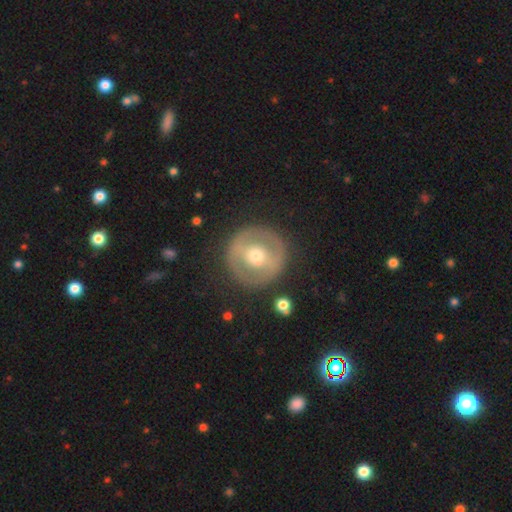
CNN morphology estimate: Smooth or featured?
  - featured or disk: 59% *
  - smooth: 34%
  - star or artifact: 7%
Edge-on disk?
  - no: 95% *
  - yes: 5%
Bar?
  - no: 35% * (tied)
  - weak: 35% * (tied)
  - strong: 30%
Spiral arms?
  - no: 76% *
  - yes: 24%
Bulge size?
  - moderate: 70% *
  - small: 23%
  - large: 5%
  - none: 1%
  - dominant: 1%
Merging?
  - none: 84% *
  - minor disturbance: 10%
  - major disturbance: 4%
  - merger: 2%